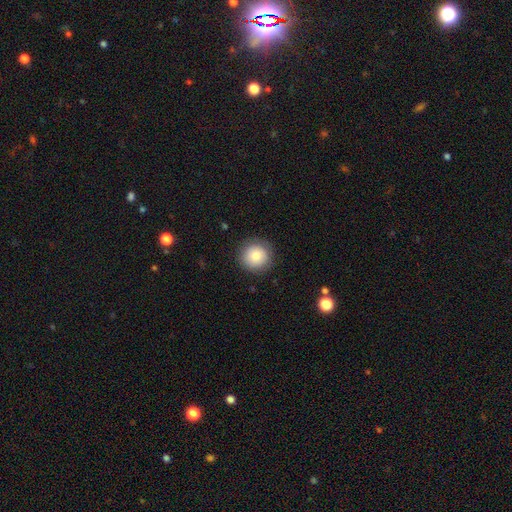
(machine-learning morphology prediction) Smooth or featured?
  - smooth: 81% *
  - featured or disk: 10%
  - star or artifact: 9%
How rounded?
  - round: 95% *
  - in between: 4%
  - cigar-shaped: 1%
Merging?
  - none: 88% *
  - minor disturbance: 8%
  - major disturbance: 2%
  - merger: 1%